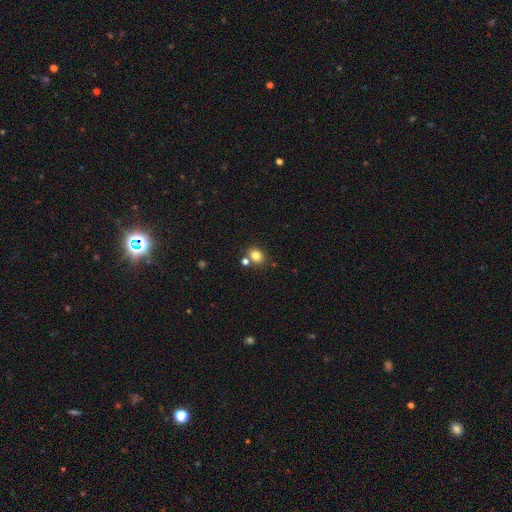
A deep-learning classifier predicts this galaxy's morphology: A smooth galaxy with no disk features (81%) that is round (50%).

Vote fractions:
- Smooth or featured? smooth: 81% / star or artifact: 12% / featured or disk: 7%
- How rounded? round: 50% / in between: 49% / cigar-shaped: 1%
- Merging? none: 69% / merger: 17% / minor disturbance: 11% / major disturbance: 3%